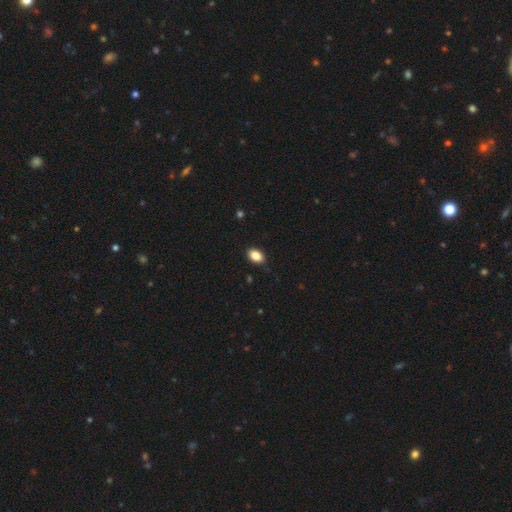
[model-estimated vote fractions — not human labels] Morphology: type=smooth (88%); roundness=in between (87%); merging=none (88%).